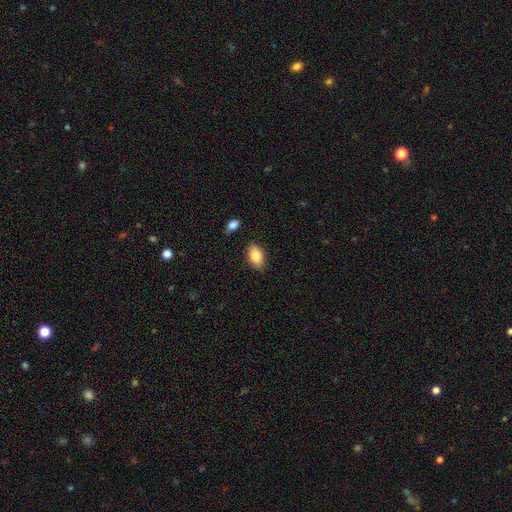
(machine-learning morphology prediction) Smooth or featured?
  - smooth: 84% *
  - featured or disk: 9%
  - star or artifact: 7%
How rounded?
  - in between: 92% *
  - round: 6%
  - cigar-shaped: 2%
Merging?
  - none: 84% *
  - minor disturbance: 11%
  - major disturbance: 2%
  - merger: 2%